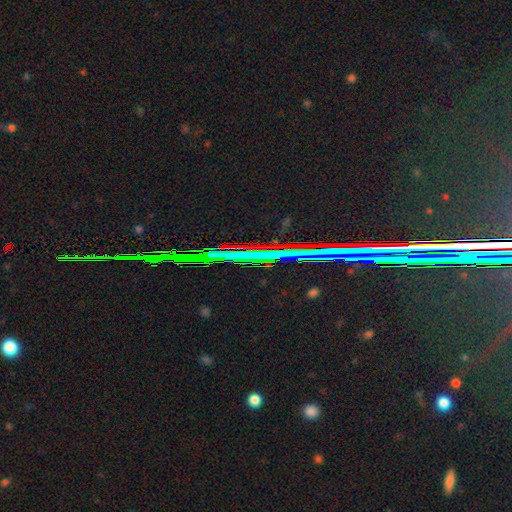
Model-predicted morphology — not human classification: smooth_or_featured: star or artifact (p=0.75) [alt: featured or disk p=0.13]